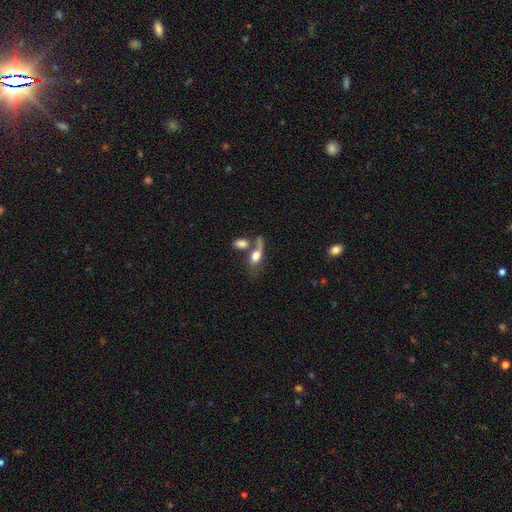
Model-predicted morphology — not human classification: This appears to be a smooth galaxy with no disk features (64%) that is in between round and cigar-shaped (74%). Merging: merger (47%).